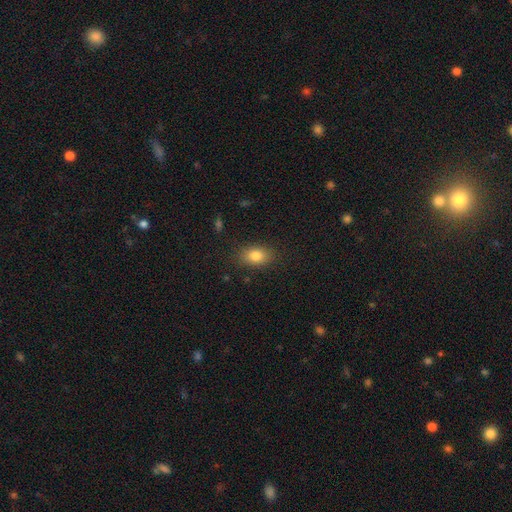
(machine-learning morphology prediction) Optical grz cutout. It shows a smooth galaxy with no disk features (83%) that is in between round and cigar-shaped (82%). Merging: none (85%).